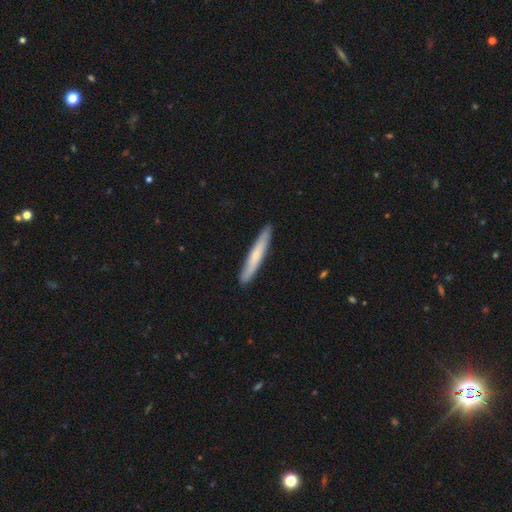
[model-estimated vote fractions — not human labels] Q: Smooth or featured?
A: smooth (60%); runner-up: featured or disk (35%)
Q: How rounded?
A: cigar-shaped (95%); runner-up: in between (3%)
Q: Merging?
A: none (91%); runner-up: minor disturbance (7%)